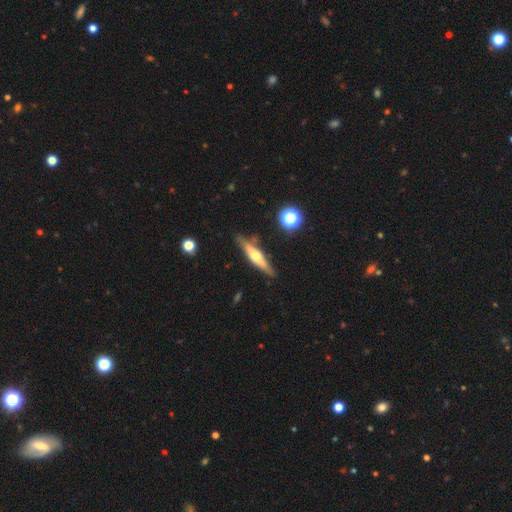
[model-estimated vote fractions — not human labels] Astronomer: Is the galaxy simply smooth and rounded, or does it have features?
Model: featured or disk — 60%.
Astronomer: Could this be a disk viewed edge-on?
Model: yes — 94%.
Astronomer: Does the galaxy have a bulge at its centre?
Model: rounded — 89%.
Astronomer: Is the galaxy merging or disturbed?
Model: none — 83%.